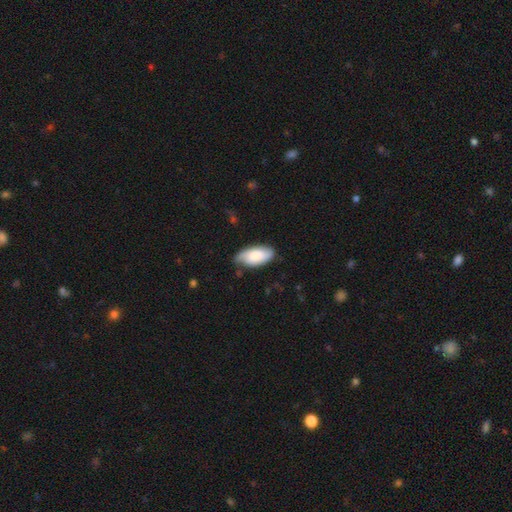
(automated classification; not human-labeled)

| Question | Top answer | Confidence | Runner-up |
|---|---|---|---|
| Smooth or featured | smooth | 71% | featured or disk (23%) |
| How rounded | in between | 93% | cigar-shaped (5%) |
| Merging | none | 68% | minor disturbance (26%) |